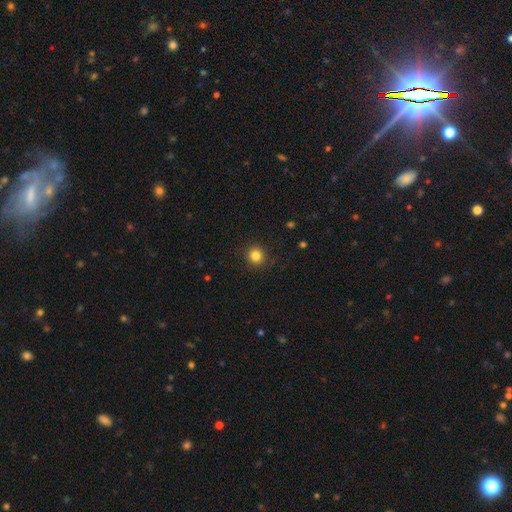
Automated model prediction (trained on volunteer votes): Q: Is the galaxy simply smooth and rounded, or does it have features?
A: smooth — 84%.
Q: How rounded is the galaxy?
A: round — 92%.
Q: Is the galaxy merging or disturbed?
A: none — 90%.